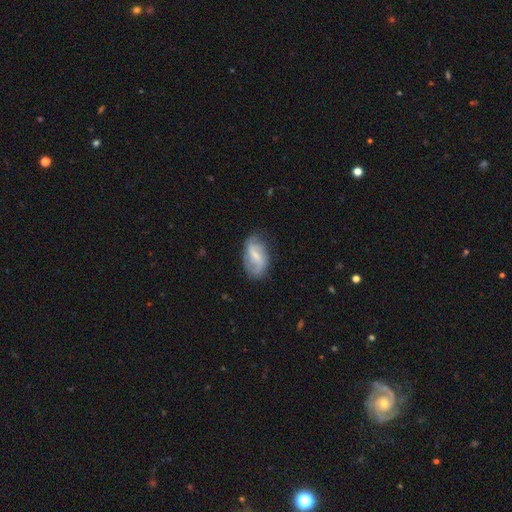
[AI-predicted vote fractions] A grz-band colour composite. It shows a featured or disk galaxy (67%) with a weak bar (54%), 2 (76%) loose (50%) spiral arms (85%) and a small central bulge (54%). Merging: none (72%).